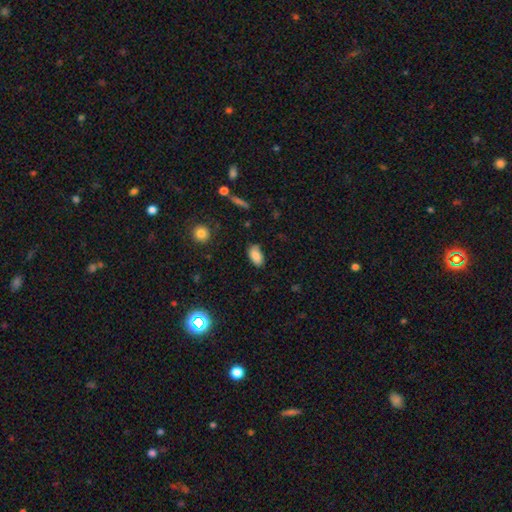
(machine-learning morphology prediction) type=smooth (86%); roundness=in between (93%); merging=none (78%).